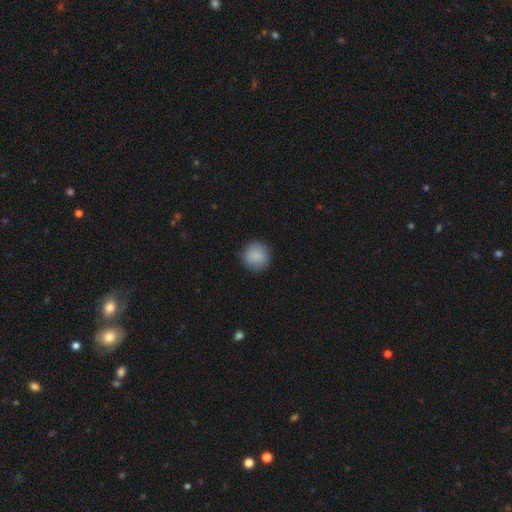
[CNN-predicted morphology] The model was most divided on "smooth or featured": smooth: 88%, star or artifact: 7%, featured or disk: 4%. More confident: how rounded — round (93%); merging — none (89%).